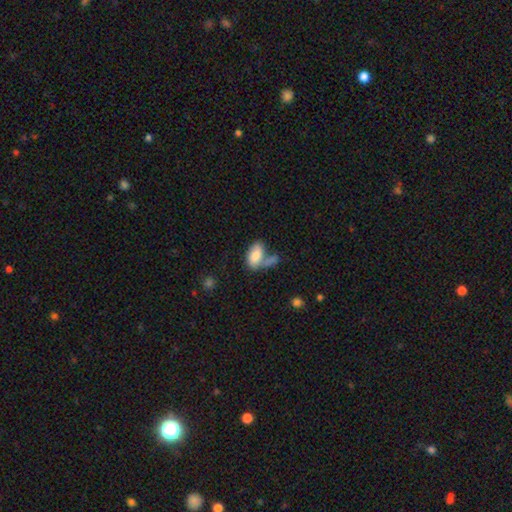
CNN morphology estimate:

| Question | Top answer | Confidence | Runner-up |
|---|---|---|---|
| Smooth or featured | smooth | 80% | featured or disk (13%) |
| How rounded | in between | 93% | cigar-shaped (4%) |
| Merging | merger | 37% | none (35%) |